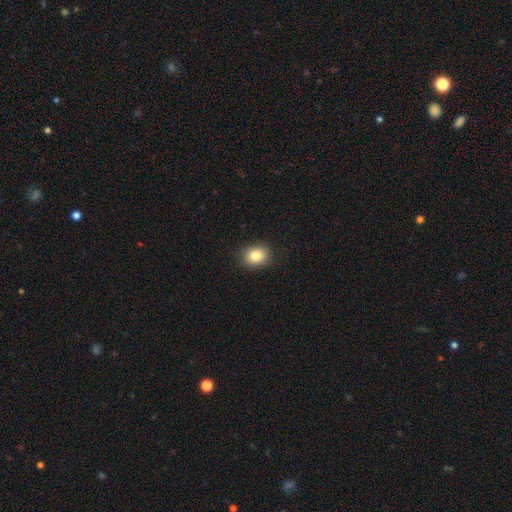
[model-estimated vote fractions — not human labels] Smooth or featured: smooth — 84% (star or artifact — 10%)
How rounded: round — 53% (in between — 47%)
Merging: none — 89% (minor disturbance — 8%)